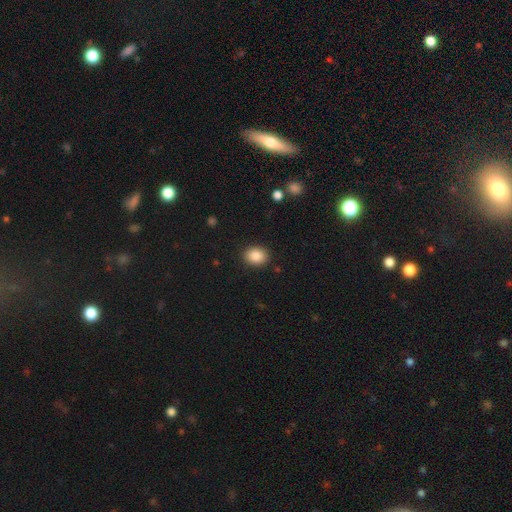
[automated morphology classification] Smooth or featured? Predicted: smooth (p=0.88). How rounded? Predicted: in between (p=0.52). Merging? Predicted: none (p=0.89).